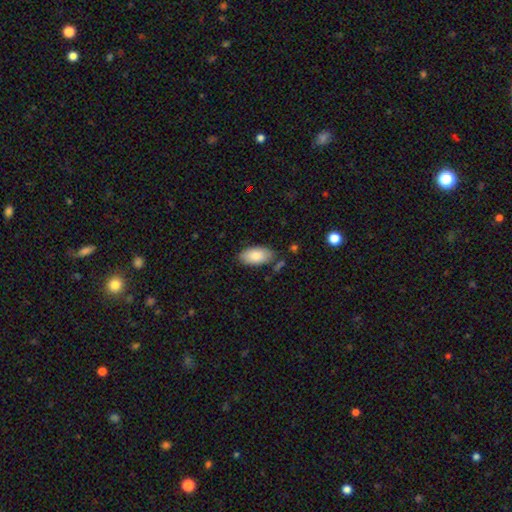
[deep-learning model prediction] Smooth or featured: smooth — 85% (featured or disk — 9%)
How rounded: in between — 95% (round — 3%)
Merging: none — 79% (minor disturbance — 14%)